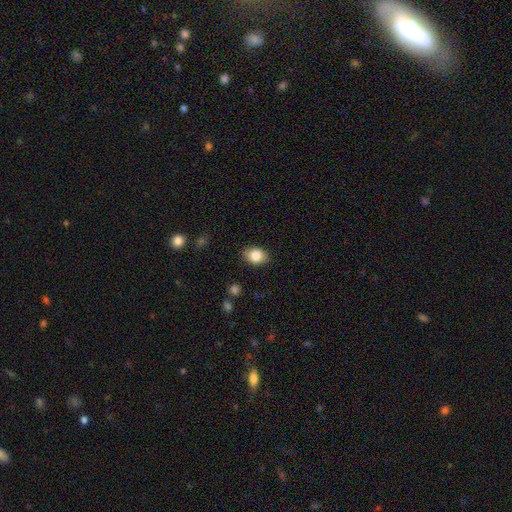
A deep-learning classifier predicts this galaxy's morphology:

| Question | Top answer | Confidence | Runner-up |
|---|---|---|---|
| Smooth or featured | smooth | 84% | featured or disk (9%) |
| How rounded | in between | 75% | round (24%) |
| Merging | none | 86% | minor disturbance (10%) |